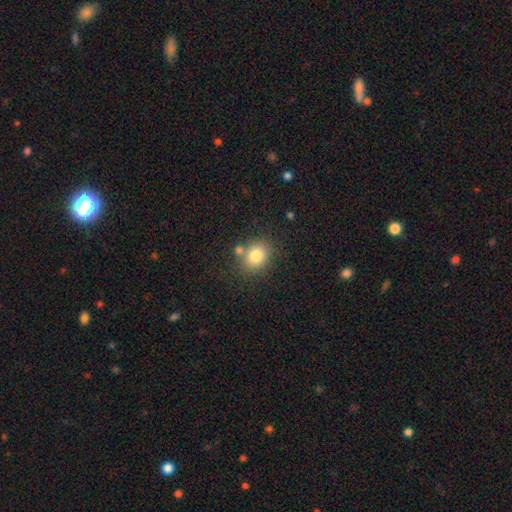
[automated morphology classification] Smooth or featured?
  - smooth: 80% *
  - star or artifact: 10%
  - featured or disk: 9%
How rounded?
  - round: 60% *
  - in between: 40%
  - cigar-shaped: 1%
Merging?
  - none: 69% *
  - merger: 15%
  - minor disturbance: 13%
  - major disturbance: 4%